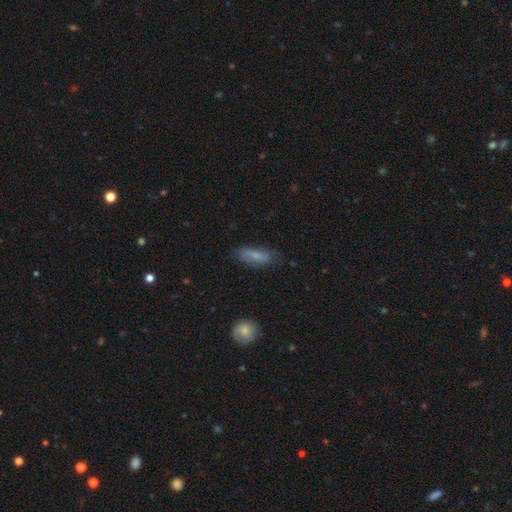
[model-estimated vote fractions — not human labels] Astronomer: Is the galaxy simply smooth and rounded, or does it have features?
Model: smooth — 73%.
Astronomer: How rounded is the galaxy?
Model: in between — 62%.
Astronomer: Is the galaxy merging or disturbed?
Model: none — 72%.